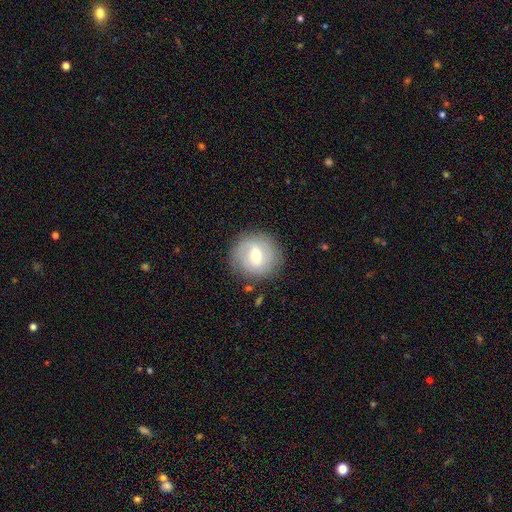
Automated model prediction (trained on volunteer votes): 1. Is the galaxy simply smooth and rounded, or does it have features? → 54% featured or disk, 39% smooth, 7% star or artifact.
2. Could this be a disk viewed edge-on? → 96% no, 4% yes.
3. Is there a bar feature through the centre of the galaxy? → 57% weak, 23% strong, 20% no.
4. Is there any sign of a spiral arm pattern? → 70% yes, 30% no.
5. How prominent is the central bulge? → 66% moderate, 26% small, 6% large, 1% none, 1% dominant.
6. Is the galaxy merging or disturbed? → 82% none, 12% minor disturbance, 5% major disturbance, 2% merger.